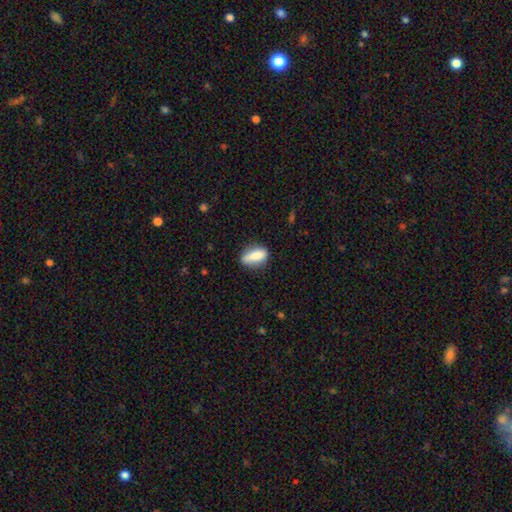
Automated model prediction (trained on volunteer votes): Smooth or featured?
  - smooth: 82% *
  - featured or disk: 10%
  - star or artifact: 8%
How rounded?
  - in between: 77% *
  - cigar-shaped: 17%
  - round: 5%
Merging?
  - none: 70% *
  - minor disturbance: 21%
  - major disturbance: 6%
  - merger: 3%